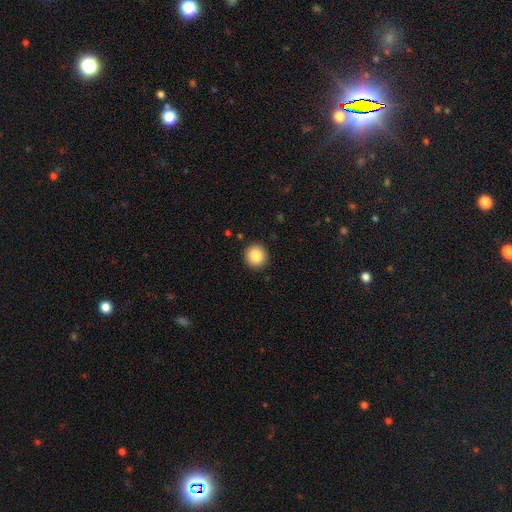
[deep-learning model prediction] This appears to be a smooth galaxy with no disk features (88%) that is round (91%). Merging: none (91%).